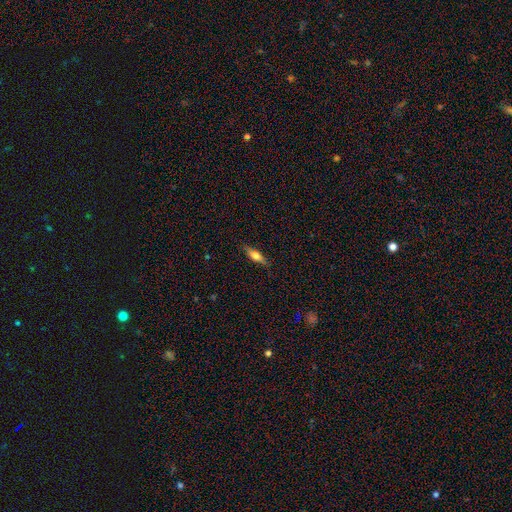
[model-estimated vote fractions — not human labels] The model was most divided on "how rounded": cigar-shaped: 52%, in between: 46%, round: 3%. More confident: merging — none (83%); smooth or featured — smooth (62%).